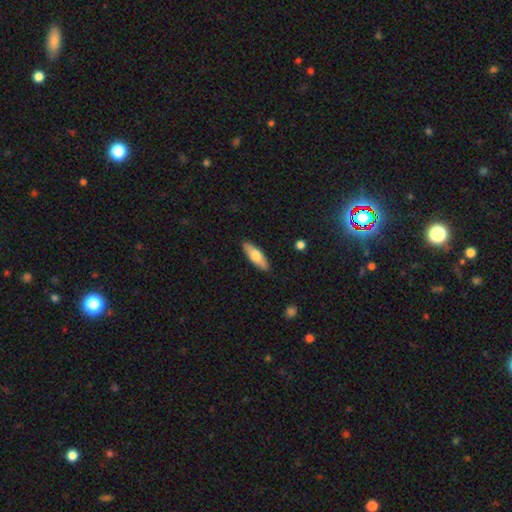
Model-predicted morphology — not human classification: smooth 63%, featured or disk 31%, star or artifact 5%. Down the decision tree: how rounded — in between (52%); merging — none (89%).